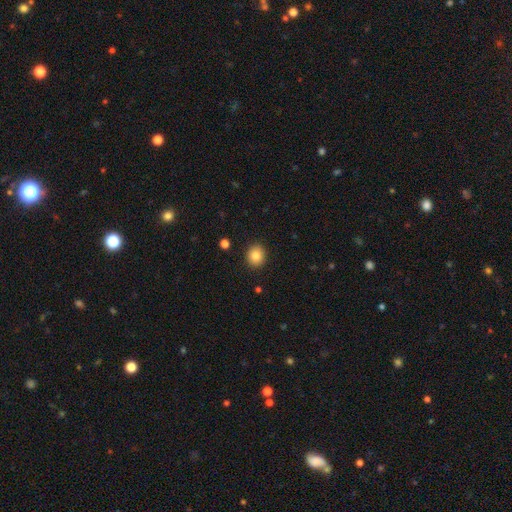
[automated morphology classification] smooth 84%, star or artifact 10%, featured or disk 6%. Down the decision tree: how rounded — round (81%); merging — none (91%).